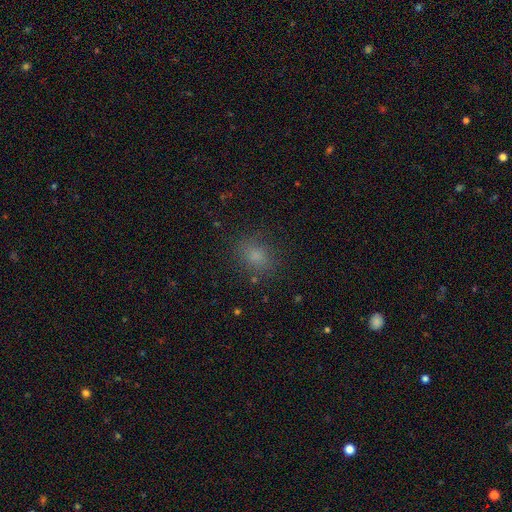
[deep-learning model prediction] This appears to be a smooth galaxy with no disk features (78%) that is in between round and cigar-shaped (53%). Merging: none (82%).